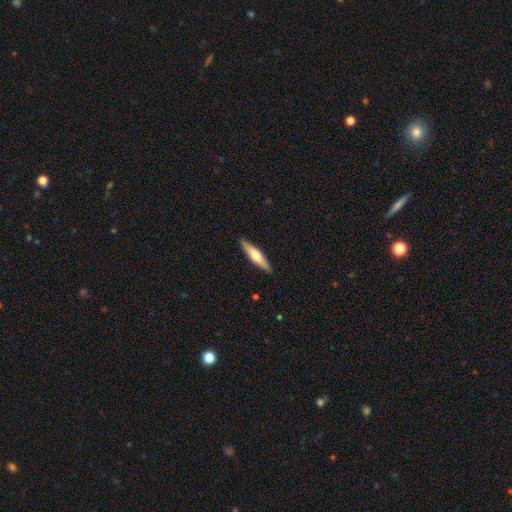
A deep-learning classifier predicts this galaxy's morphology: smooth 50%, featured or disk 45%, star or artifact 5%. Down the decision tree: how rounded — cigar-shaped (78%); merging — none (90%).